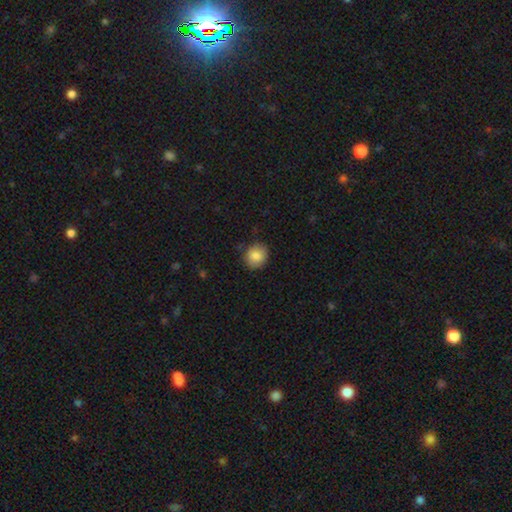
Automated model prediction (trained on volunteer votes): smooth_or_featured: smooth (p=0.84) [alt: star or artifact p=0.08]
how_rounded: round (p=0.81) [alt: in between p=0.18]
merging: none (p=0.83) [alt: minor disturbance p=0.14]